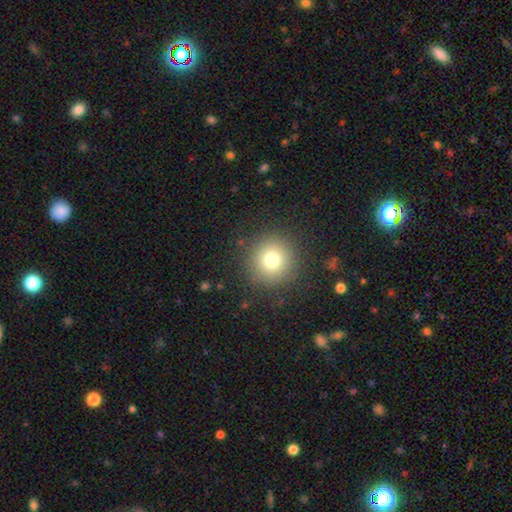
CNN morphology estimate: Smooth or featured? smooth (75%)
How rounded? round (95%)
Merging? none (91%)